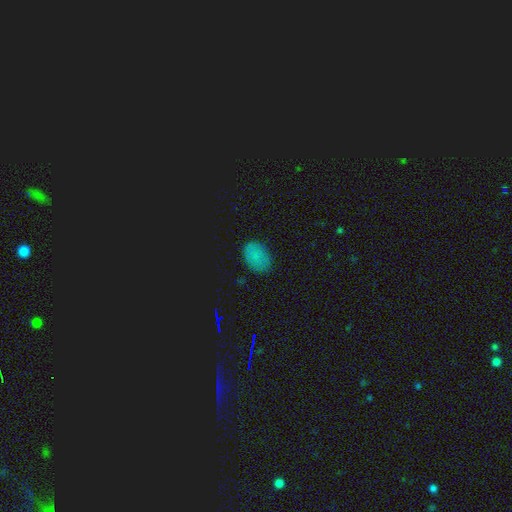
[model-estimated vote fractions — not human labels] A smooth galaxy with no disk features (73%) that is in between round and cigar-shaped (83%).

Vote fractions:
- Smooth or featured? smooth: 73% / star or artifact: 21% / featured or disk: 6%
- How rounded? in between: 83% / round: 16% / cigar-shaped: 1%
- Merging? none: 80% / minor disturbance: 15% / major disturbance: 3% / merger: 1%